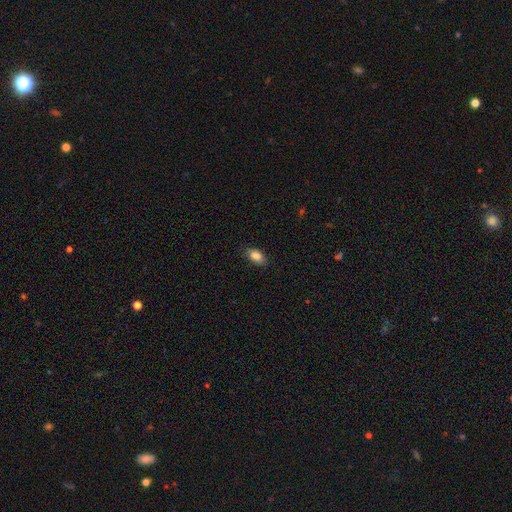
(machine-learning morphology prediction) This is clearly a smooth galaxy (87%). How rounded: clearly in between (90%). Merging: clearly none (84%).